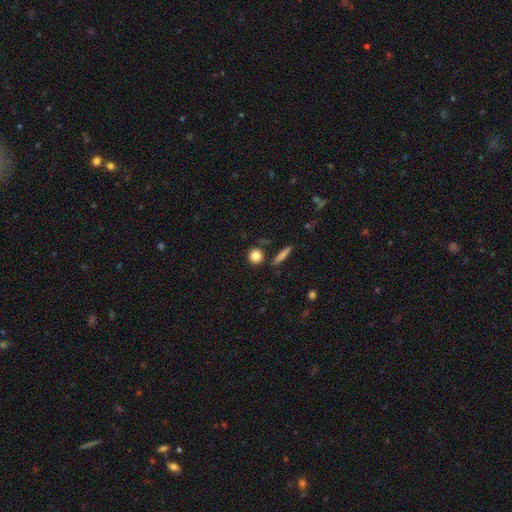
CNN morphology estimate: Smooth or featured? smooth (83%)
How rounded? round (87%)
Merging? none (83%)